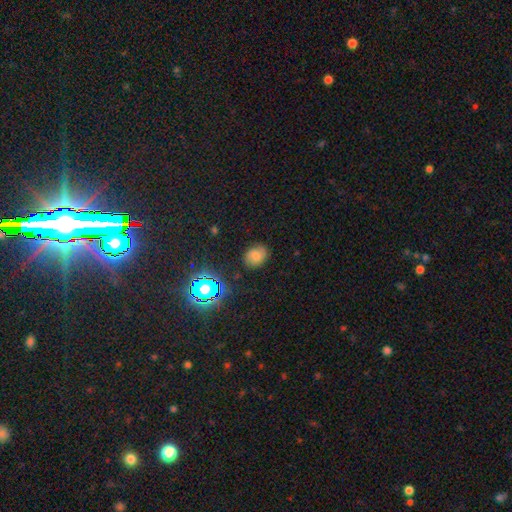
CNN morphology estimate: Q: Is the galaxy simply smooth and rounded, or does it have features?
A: smooth — 67%.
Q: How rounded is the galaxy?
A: in between — 51%.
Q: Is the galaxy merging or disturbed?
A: none — 77%.